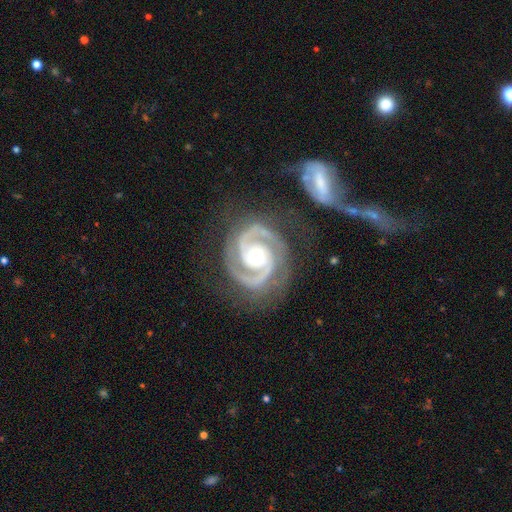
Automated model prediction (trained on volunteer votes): featured or disk 94%, star or artifact 4%, smooth 2%. Down the decision tree: edge-on disk — no (98%); bar — no (59%); spiral arms — yes (99%); spiral arm count — 2 (92%); spiral winding — tight (65%); bulge size — moderate (63%); merging — none (69%).